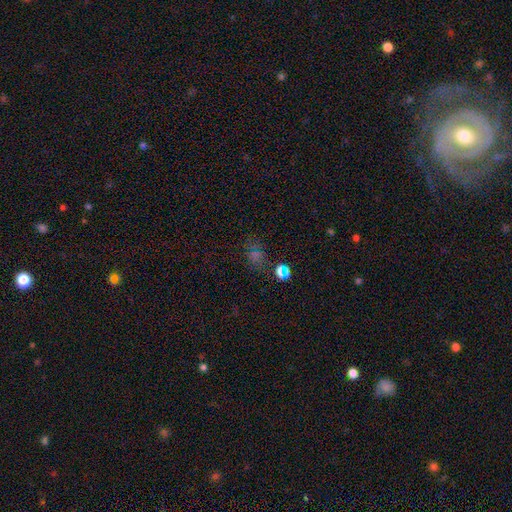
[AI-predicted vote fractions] A smooth galaxy with no disk features (45%).

Vote fractions:
- Smooth or featured? smooth: 45% / star or artifact: 44% / featured or disk: 11%
- Merging? none: 67% / minor disturbance: 16% / major disturbance: 9% / merger: 8%